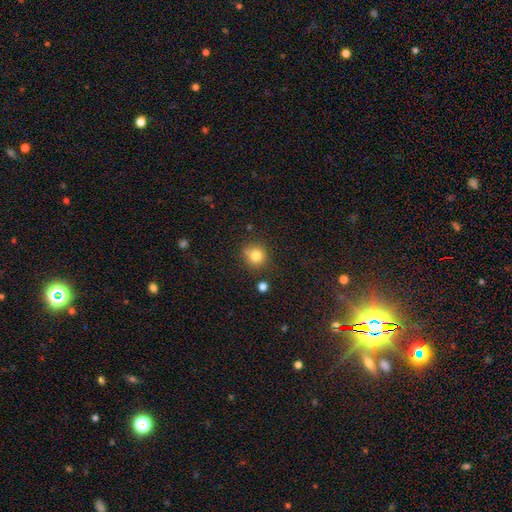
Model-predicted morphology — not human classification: smooth_or_featured: smooth (p=0.81) [alt: star or artifact p=0.12]
how_rounded: round (p=0.90) [alt: in between p=0.09]
merging: none (p=0.75) [alt: minor disturbance p=0.13]